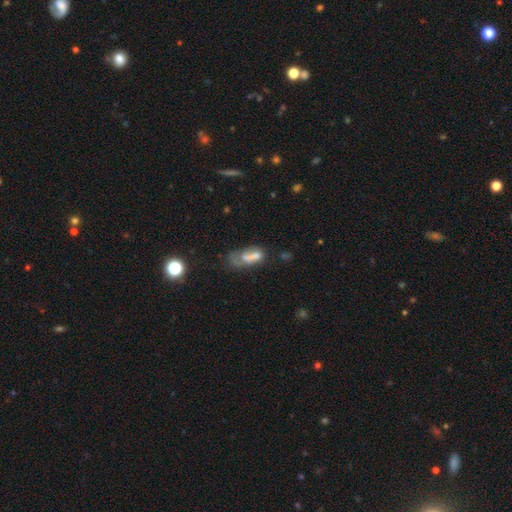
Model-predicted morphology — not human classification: The model was most divided on "merging": major disturbance: 31%, none: 27%, merger: 24%, minor disturbance: 19%. Remaining: smooth or featured — smooth (48%).